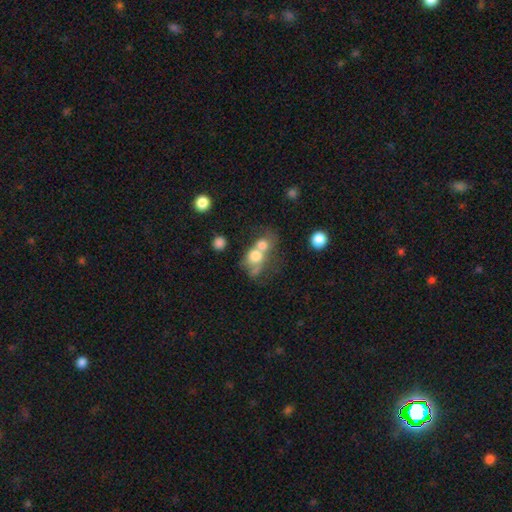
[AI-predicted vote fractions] Morphology: type=smooth (67%); roundness=round (65%); merging=merger (69%).